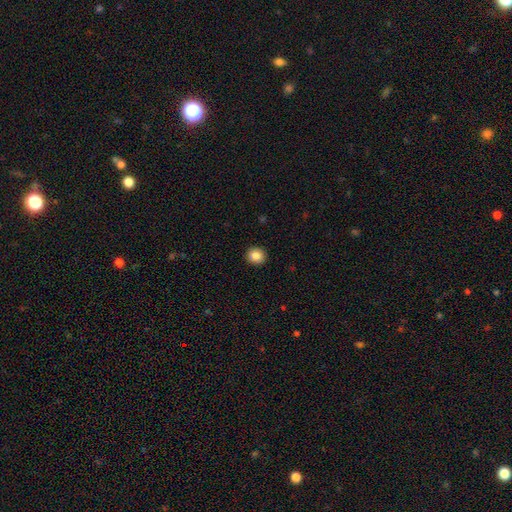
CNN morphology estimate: Smooth or featured? Predicted: smooth (p=0.86). How rounded? Predicted: round (p=0.89). Merging? Predicted: none (p=0.92).